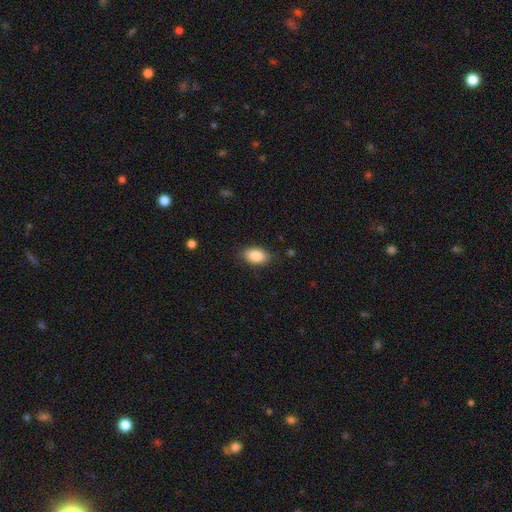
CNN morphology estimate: type=smooth (87%); roundness=in between (91%); merging=none (85%).